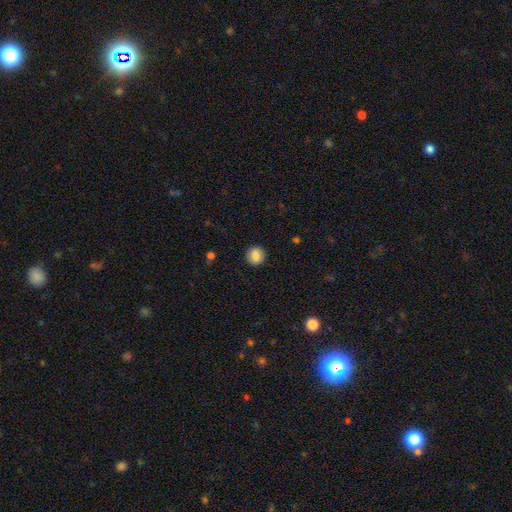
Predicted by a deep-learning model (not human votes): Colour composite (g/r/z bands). It shows a smooth galaxy with no disk features (84%) that is round (90%). Merging: none (89%).